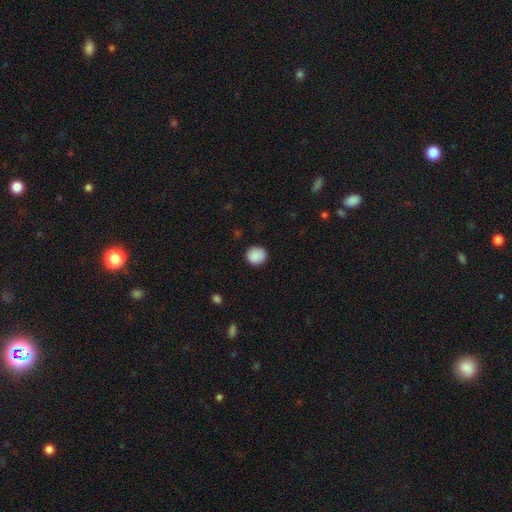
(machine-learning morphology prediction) A smooth galaxy with no disk features (89%) that is round (88%). Merging: none (89%).